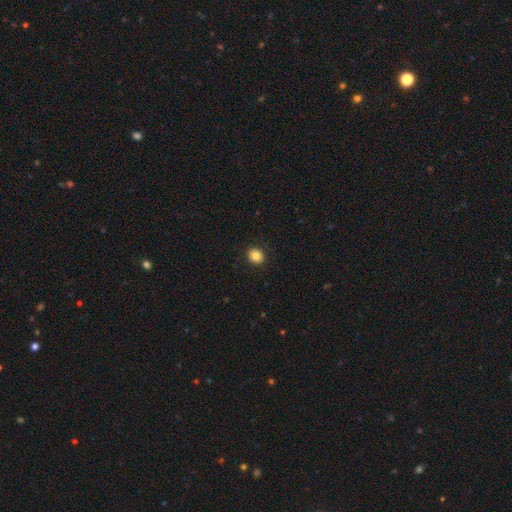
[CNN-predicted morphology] Overall: smooth (85%). How rounded: round (75%). Merging: none (91%).